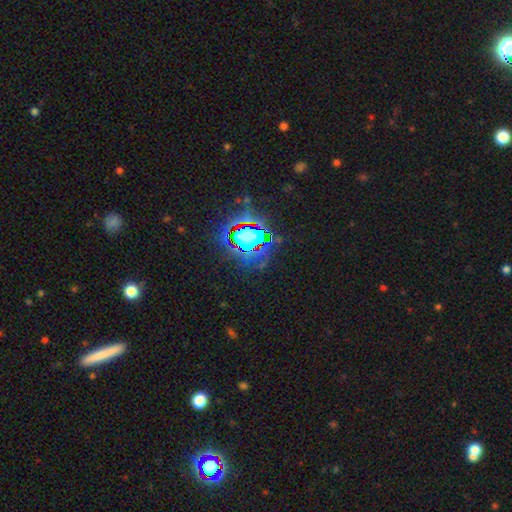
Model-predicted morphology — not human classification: This is likely a star or artifact rather than a galaxy (79%).